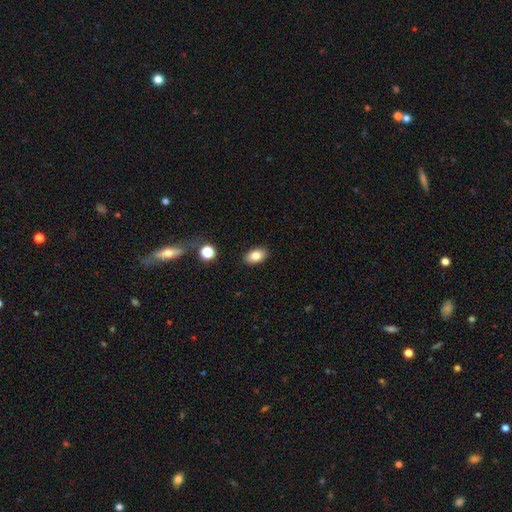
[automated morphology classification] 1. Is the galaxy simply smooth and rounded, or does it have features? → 81% smooth, 10% featured or disk, 9% star or artifact.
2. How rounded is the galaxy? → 90% in between, 9% round, 2% cigar-shaped.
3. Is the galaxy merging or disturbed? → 89% none, 8% minor disturbance, 2% major disturbance, 1% merger.